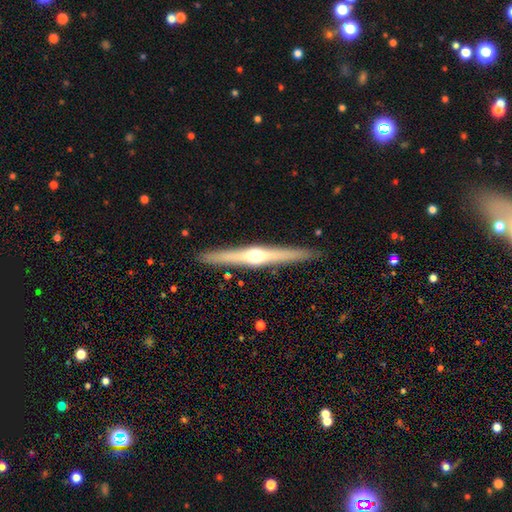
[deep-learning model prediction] featured or disk 71%, smooth 23%, star or artifact 5%. Down the decision tree: edge-on disk — yes (97%); edge-on bulge — rounded (92%); merging — none (91%).